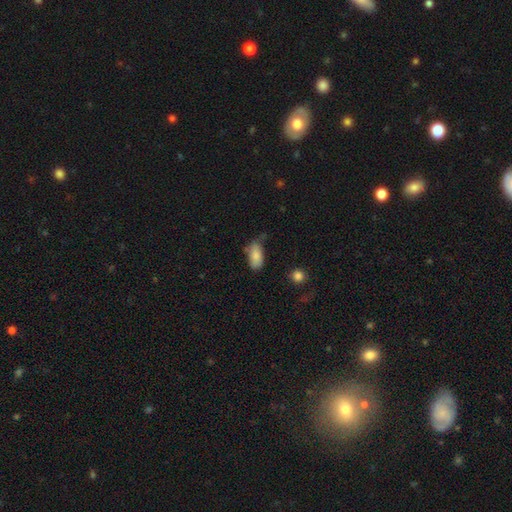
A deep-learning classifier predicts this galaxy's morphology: Smooth or featured: smooth — 82% (featured or disk — 11%)
How rounded: in between — 92% (cigar-shaped — 5%)
Merging: none — 49% (minor disturbance — 36%)